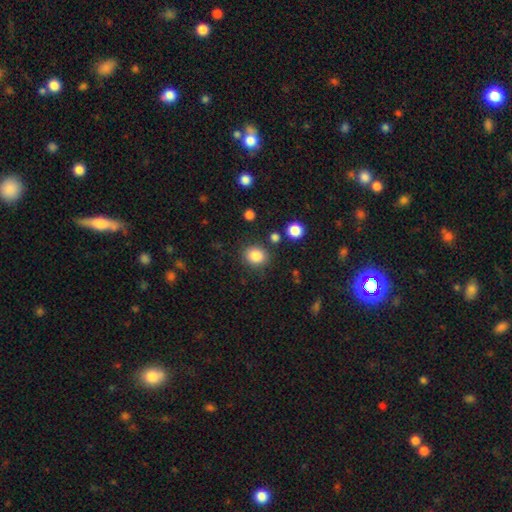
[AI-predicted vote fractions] The model was most divided on "how rounded": round: 67%, in between: 32%, cigar-shaped: 1%. More confident: smooth or featured — smooth (85%); merging — none (83%).